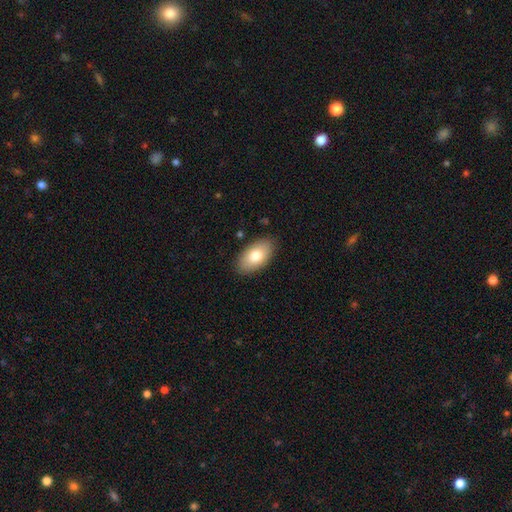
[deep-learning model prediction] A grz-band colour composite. It shows a smooth galaxy with no disk features (78%) that is in between round and cigar-shaped (95%). Merging: none (86%).